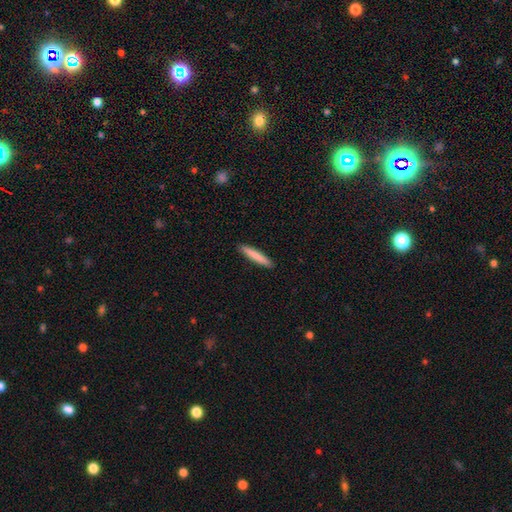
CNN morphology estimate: Smooth or featured: smooth — 81% (featured or disk — 13%)
How rounded: cigar-shaped — 94% (in between — 5%)
Merging: none — 92% (minor disturbance — 6%)